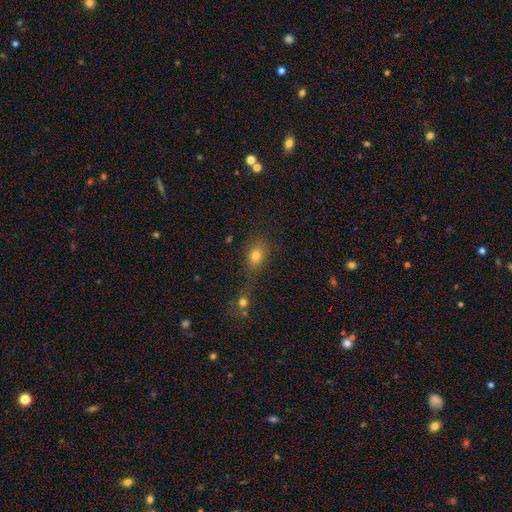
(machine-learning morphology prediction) Smooth or featured?
  - smooth: 74% *
  - star or artifact: 16%
  - featured or disk: 10%
How rounded?
  - in between: 60% *
  - round: 36%
  - cigar-shaped: 4%
Merging?
  - none: 54% *
  - merger: 25%
  - minor disturbance: 14%
  - major disturbance: 8%